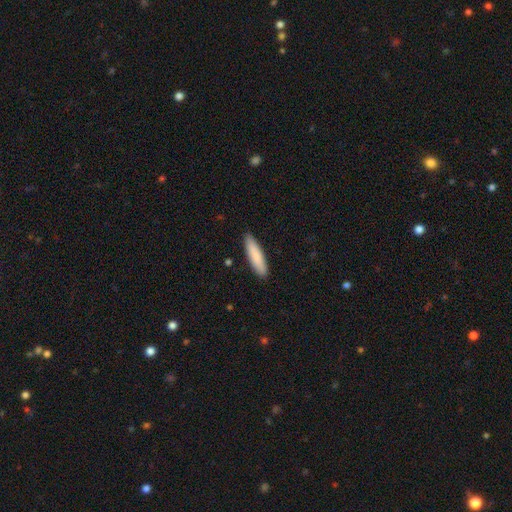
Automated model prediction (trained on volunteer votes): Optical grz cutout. It shows a smooth galaxy with no disk features (85%) that is cigar-shaped (78%). Merging: none (90%).